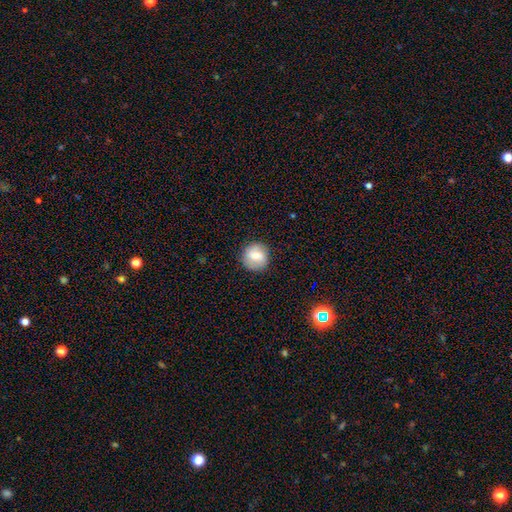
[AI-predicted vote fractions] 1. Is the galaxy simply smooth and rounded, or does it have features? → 70% smooth, 22% featured or disk, 8% star or artifact.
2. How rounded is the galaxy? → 90% round, 9% in between, 1% cigar-shaped.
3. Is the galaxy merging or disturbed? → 86% none, 10% minor disturbance, 3% major disturbance, 1% merger.